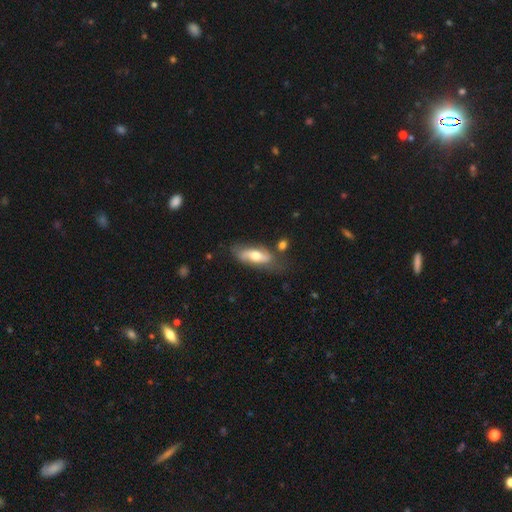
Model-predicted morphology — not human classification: Smooth or featured? featured or disk (52%)
Edge-on disk? no (73%)
Merging? none (61%)